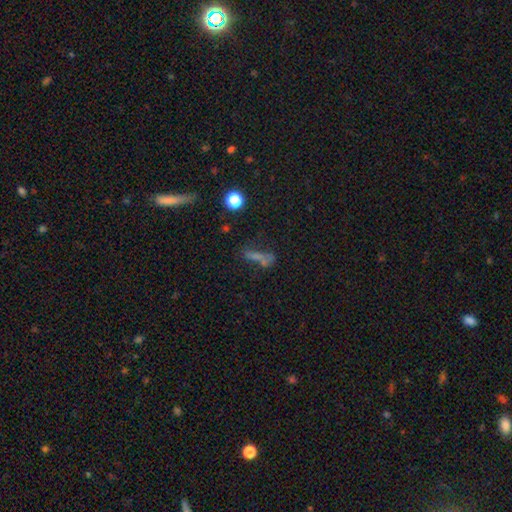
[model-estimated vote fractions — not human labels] This is possibly a smooth galaxy (48%). Merging: possibly none (50%).